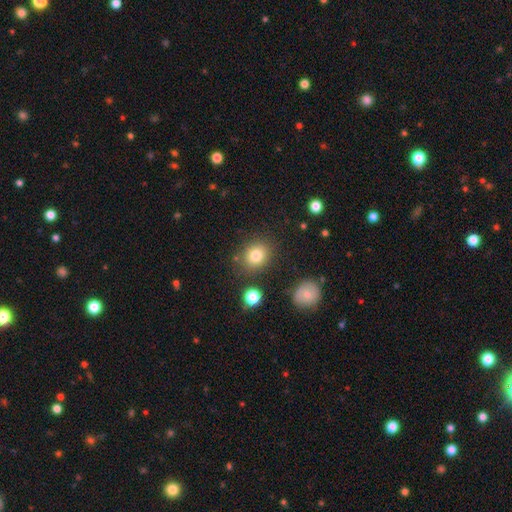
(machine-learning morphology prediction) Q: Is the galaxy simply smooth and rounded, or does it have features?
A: smooth — 80%.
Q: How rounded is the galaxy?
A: round — 64%.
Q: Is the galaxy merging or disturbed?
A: none — 81%.